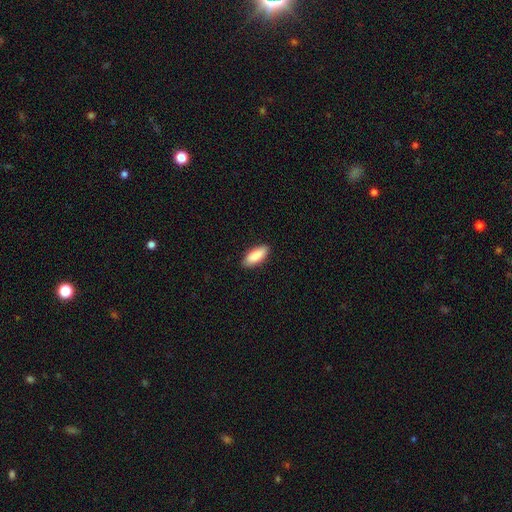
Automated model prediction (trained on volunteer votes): A smooth galaxy with no disk features (89%) that is in between round and cigar-shaped (75%).

Vote fractions:
- Smooth or featured? smooth: 89% / featured or disk: 5% / star or artifact: 5%
- How rounded? in between: 75% / cigar-shaped: 23% / round: 2%
- Merging? none: 89% / minor disturbance: 9% / major disturbance: 2% / merger: 1%